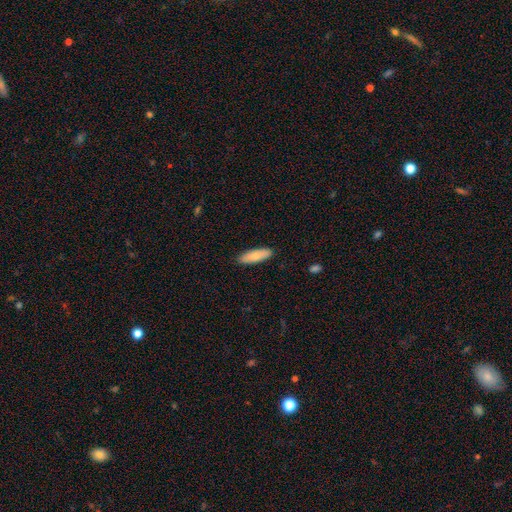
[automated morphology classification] This appears to be a smooth galaxy with no disk features (82%) that is in between round and cigar-shaped (51%). Merging: none (89%).